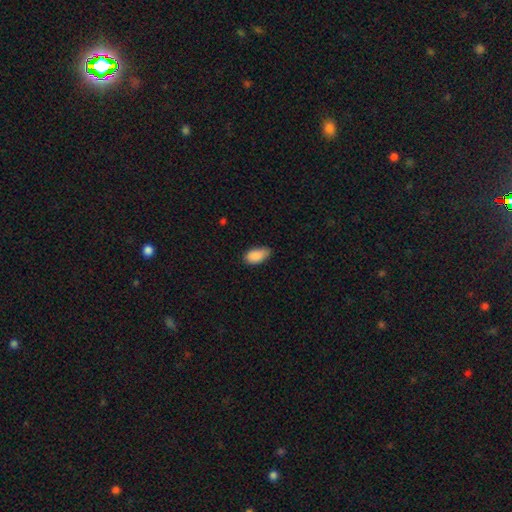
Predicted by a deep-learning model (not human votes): The model was most divided on "merging": none: 67%, minor disturbance: 28%, major disturbance: 4%, merger: 1%. More confident: how rounded — in between (94%); smooth or featured — smooth (89%).